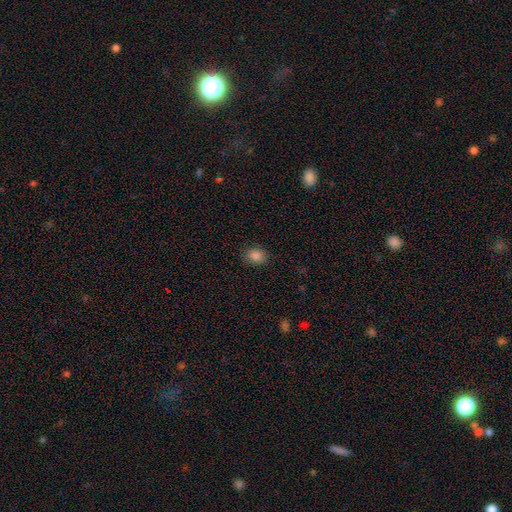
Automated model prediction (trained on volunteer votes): Q: Smooth or featured?
A: smooth (85%); runner-up: star or artifact (11%)
Q: How rounded?
A: in between (50%); runner-up: round (49%)
Q: Merging?
A: none (86%); runner-up: minor disturbance (10%)